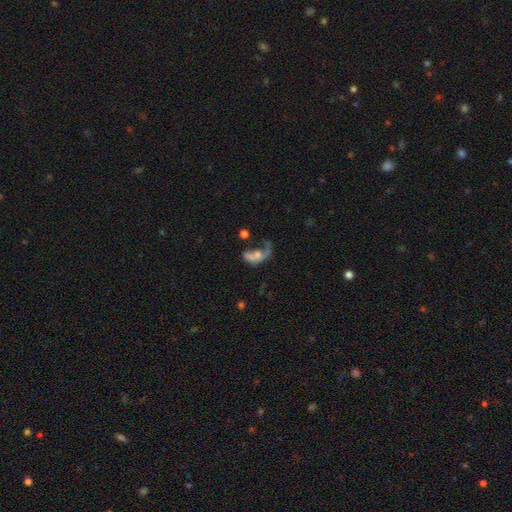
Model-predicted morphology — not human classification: The model was most divided on "smooth or featured": featured or disk: 51%, smooth: 37%, star or artifact: 12%. Remaining: edge-on disk — no (94%); merging — major disturbance (47%).